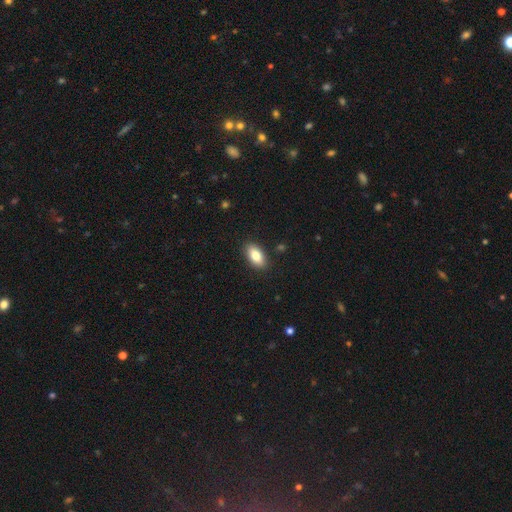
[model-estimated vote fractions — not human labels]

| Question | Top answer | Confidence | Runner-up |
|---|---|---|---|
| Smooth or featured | smooth | 82% | featured or disk (11%) |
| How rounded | in between | 90% | cigar-shaped (6%) |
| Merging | none | 89% | minor disturbance (8%) |